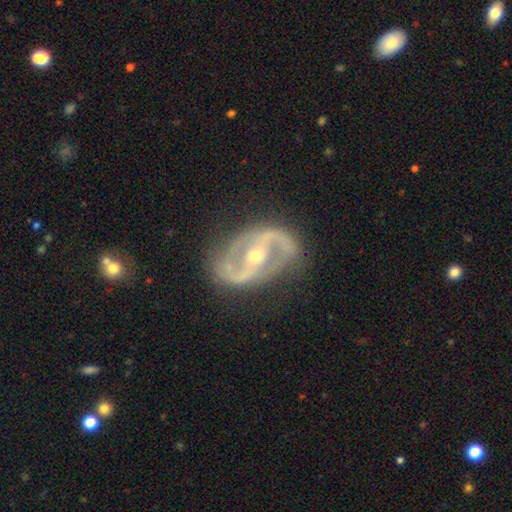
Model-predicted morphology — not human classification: This appears to be a featured or disk galaxy (88%) with a strong bar (59%), 2 (89%) medium (49%) spiral arms (81%) and a moderate central bulge (54%). Merging: none (78%).